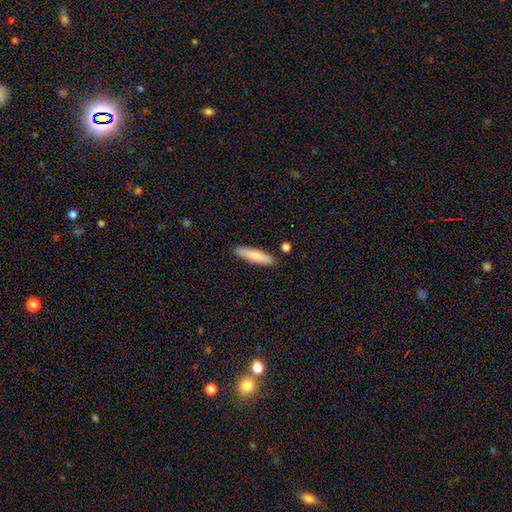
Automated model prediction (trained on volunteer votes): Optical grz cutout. It shows a smooth galaxy with no disk features (79%) that is cigar-shaped (72%). Merging: none (85%).